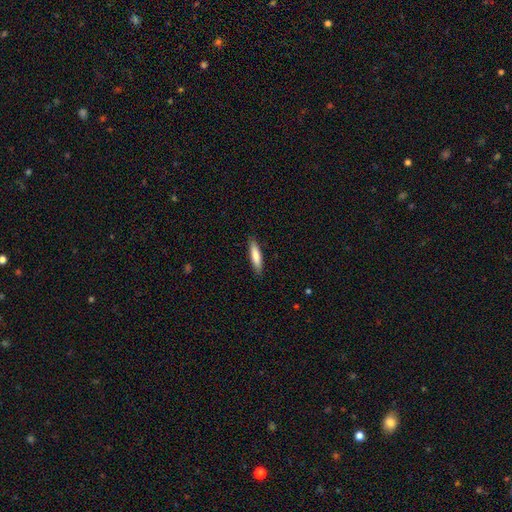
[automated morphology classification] This appears to be a smooth galaxy with no disk features (80%) that is cigar-shaped (77%). Merging: none (87%).